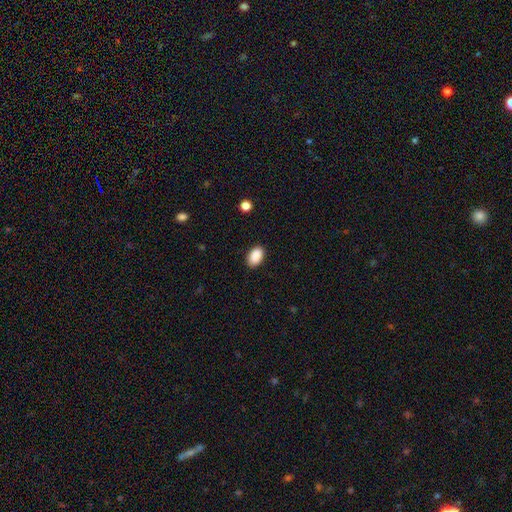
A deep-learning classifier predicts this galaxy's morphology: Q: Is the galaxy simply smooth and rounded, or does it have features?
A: smooth — 90%.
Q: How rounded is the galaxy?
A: in between — 91%.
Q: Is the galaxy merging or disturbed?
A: none — 88%.